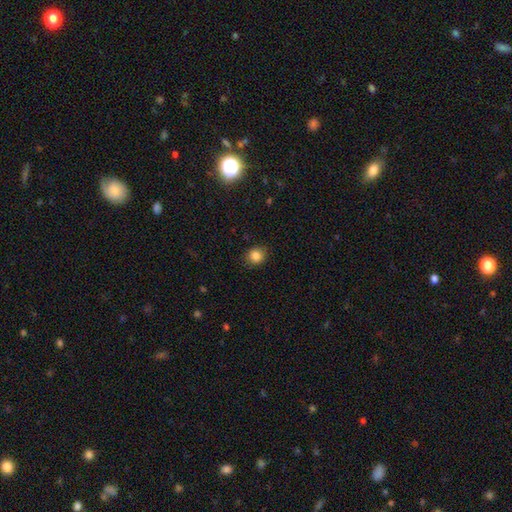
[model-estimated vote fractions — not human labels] Q: Smooth or featured?
A: smooth (85%); runner-up: star or artifact (11%)
Q: How rounded?
A: round (74%); runner-up: in between (25%)
Q: Merging?
A: none (85%); runner-up: minor disturbance (11%)